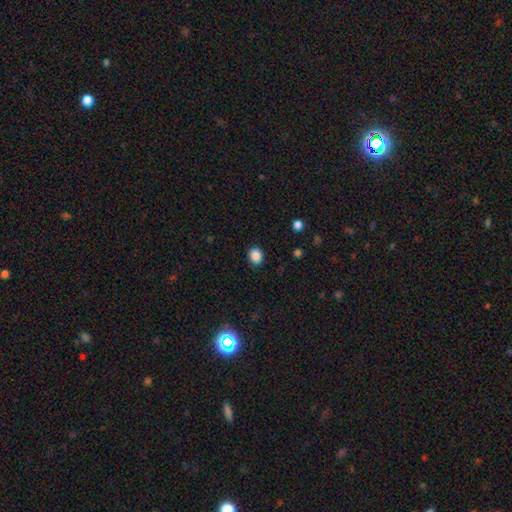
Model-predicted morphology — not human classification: The model was most divided on "how rounded": round: 63%, in between: 36%, cigar-shaped: 1%. More confident: merging — none (89%); smooth or featured — smooth (87%).